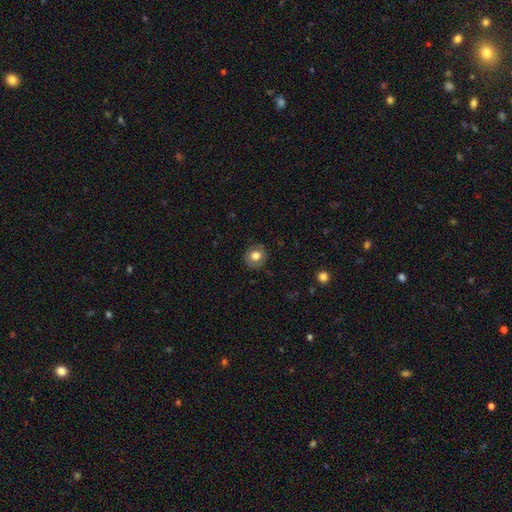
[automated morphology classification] smooth 74%, featured or disk 18%, star or artifact 9%. Down the decision tree: how rounded — round (79%); merging — none (84%).